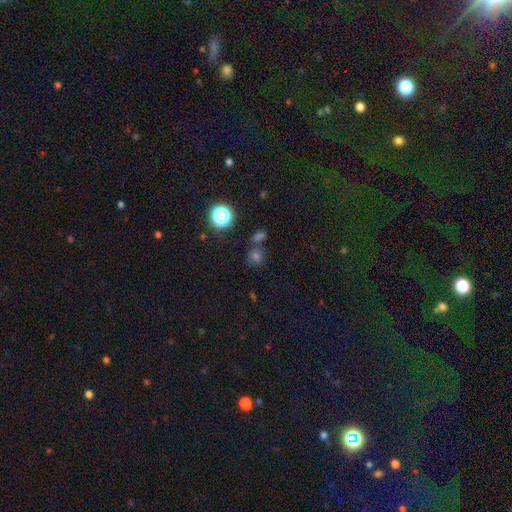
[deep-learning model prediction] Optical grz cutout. It shows a smooth galaxy with no disk features (48%). Merging: none (64%).